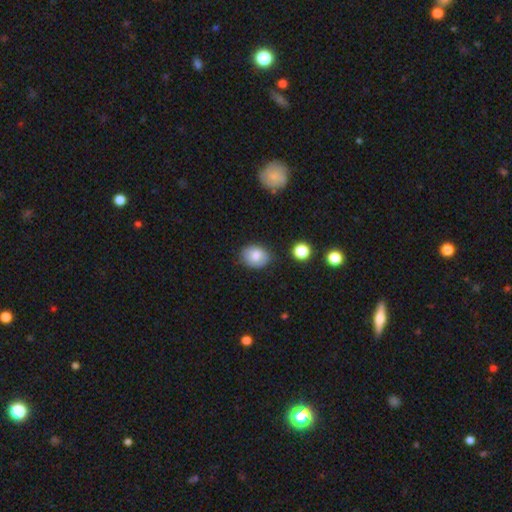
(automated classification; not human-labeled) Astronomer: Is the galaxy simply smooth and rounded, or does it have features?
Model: smooth — 78%.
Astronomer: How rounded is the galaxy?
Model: in between — 55% (runner-up: round, 45%).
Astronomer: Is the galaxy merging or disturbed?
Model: none — 78%.